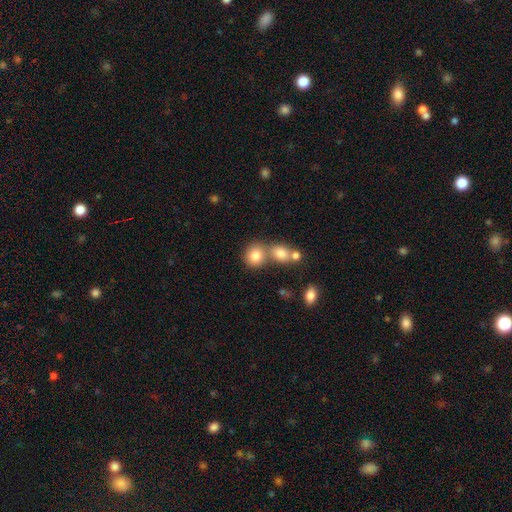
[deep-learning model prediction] smooth-or-featured: smooth: 81% | star or artifact: 10% | featured or disk: 9%
  how-rounded: round: 80% | in between: 19% | cigar-shaped: 1%
  merging: none: 51% | merger: 38% | minor disturbance: 8% | major disturbance: 3%